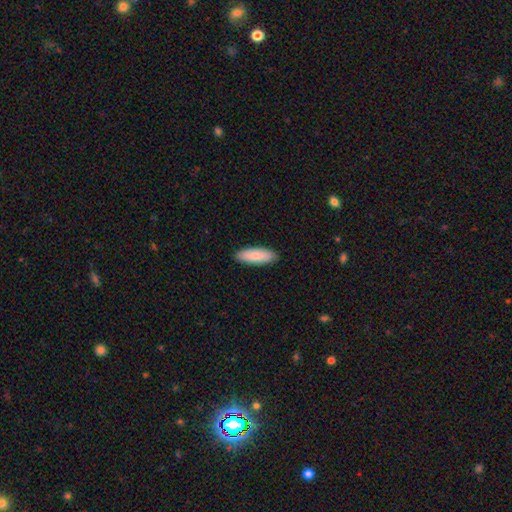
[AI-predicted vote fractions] Q: Smooth or featured?
A: smooth (86%); runner-up: featured or disk (9%)
Q: How rounded?
A: in between (57%); runner-up: cigar-shaped (42%)
Q: Merging?
A: none (90%); runner-up: minor disturbance (8%)